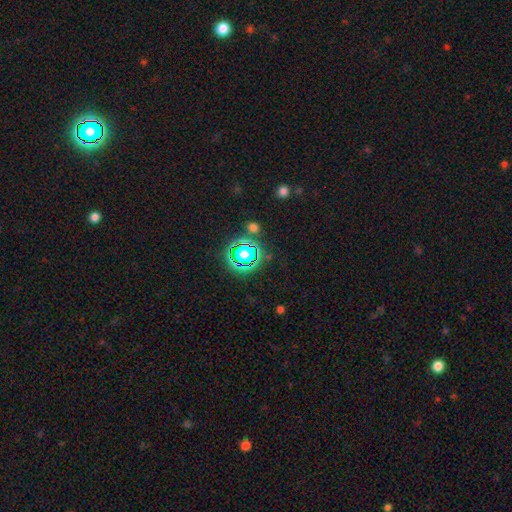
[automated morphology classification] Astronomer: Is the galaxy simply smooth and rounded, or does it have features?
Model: star or artifact — 78%.